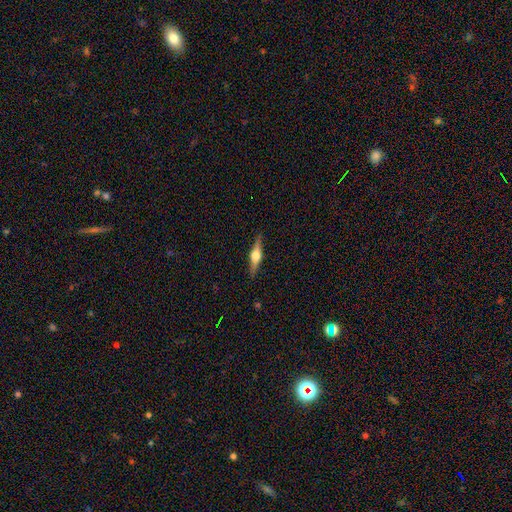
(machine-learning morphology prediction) Smooth or featured?
  - featured or disk: 74% *
  - smooth: 20%
  - star or artifact: 6%
Edge-on disk?
  - yes: 97% *
  - no: 3%
Edge-on bulge?
  - rounded: 94% *
  - boxy: 5%
  - none: 2%
Merging?
  - none: 90% *
  - minor disturbance: 7%
  - major disturbance: 2%
  - merger: 1%